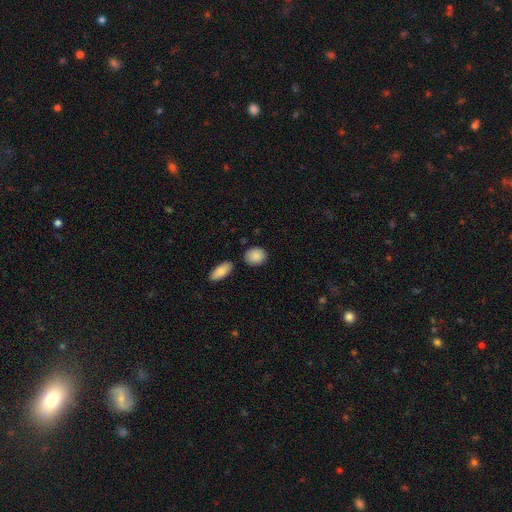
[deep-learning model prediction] Smooth or featured? smooth (89%)
How rounded? in between (51%)
Merging? none (78%)